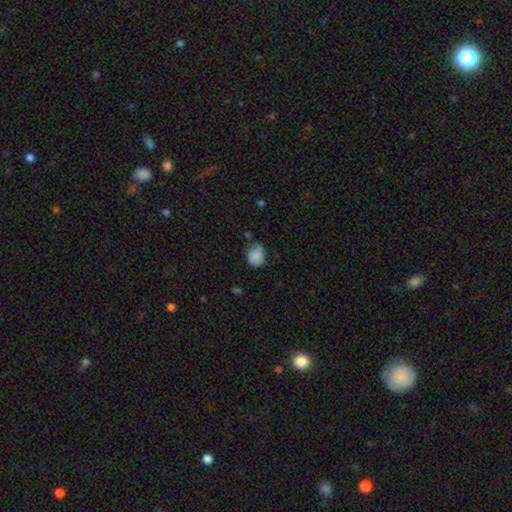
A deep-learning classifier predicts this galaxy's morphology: Q: Smooth or featured?
A: smooth (83%); runner-up: star or artifact (9%)
Q: How rounded?
A: round (64%); runner-up: in between (35%)
Q: Merging?
A: none (57%); runner-up: minor disturbance (32%)